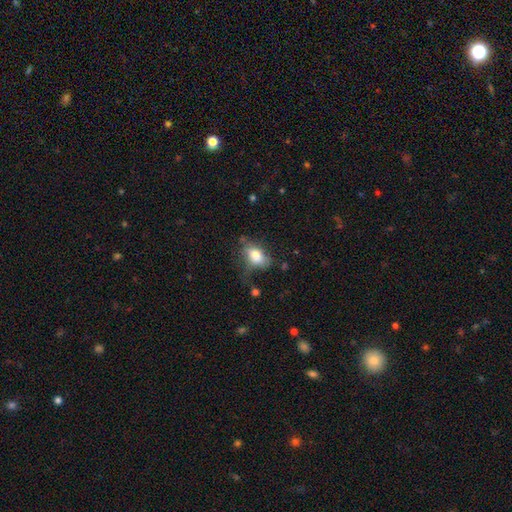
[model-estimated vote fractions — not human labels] smooth_or_featured: smooth (p=0.78) [alt: featured or disk p=0.14]
how_rounded: in between (p=0.86) [alt: round p=0.12]
merging: none (p=0.45) [alt: minor disturbance p=0.31]